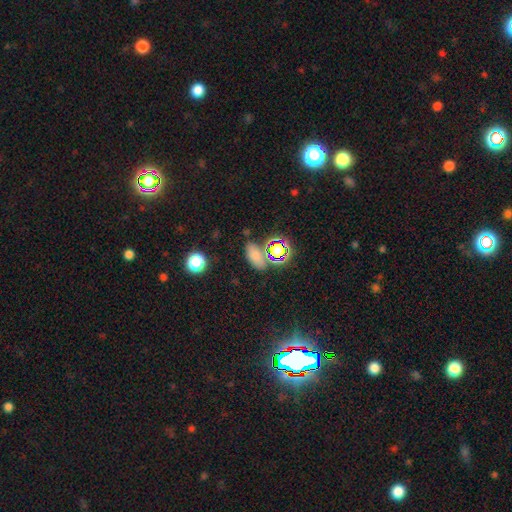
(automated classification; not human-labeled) Overall: smooth (66%). How rounded: in between (81%). Merging: none (72%).